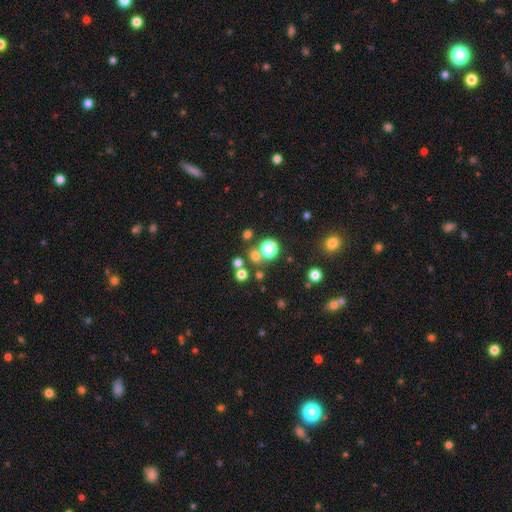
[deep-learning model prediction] Smooth or featured? Predicted: smooth (p=0.62). How rounded? Predicted: round (p=0.86). Merging? Predicted: none (p=0.69).